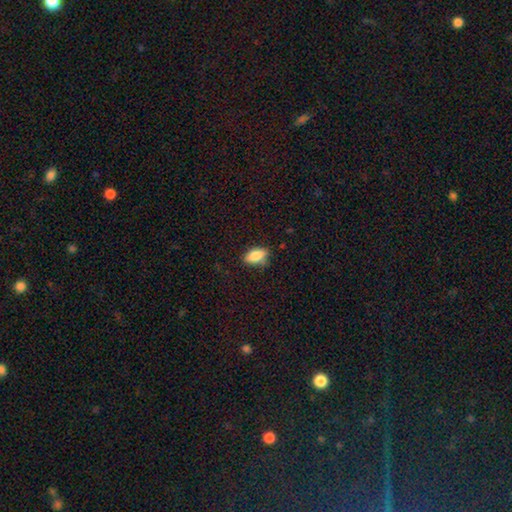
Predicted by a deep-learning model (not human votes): smooth 84%, featured or disk 9%, star or artifact 8%. Down the decision tree: how rounded — in between (89%); merging — none (75%).